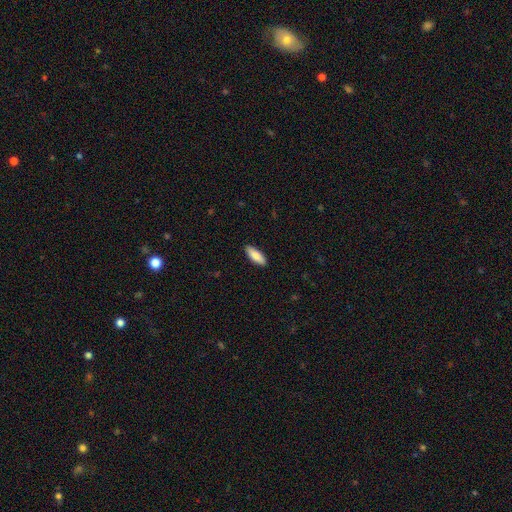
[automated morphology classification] type=smooth (86%); roundness=in between (66%); merging=none (90%).